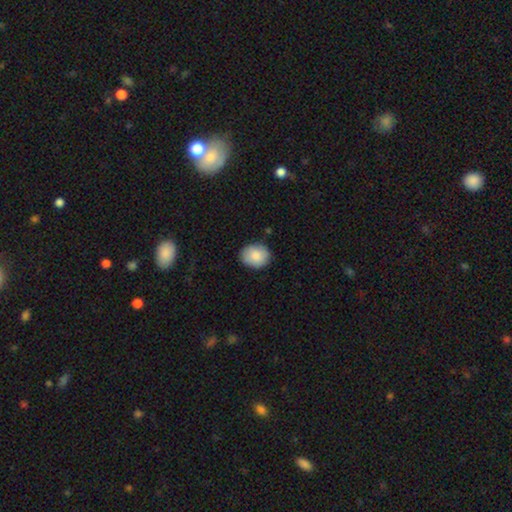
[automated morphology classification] Smooth or featured? smooth (86%)
How rounded? round (62%)
Merging? none (84%)